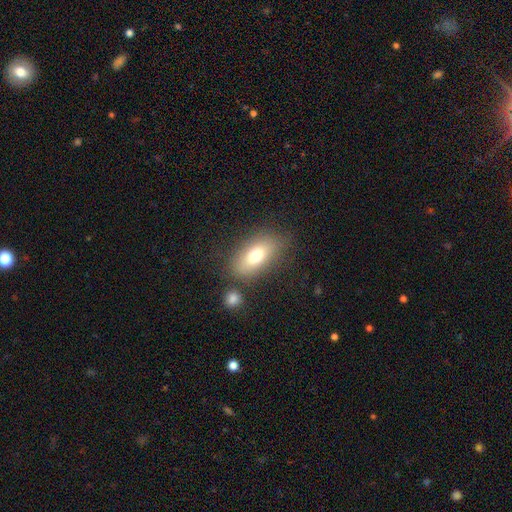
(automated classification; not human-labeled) A smooth galaxy with no disk features (73%) that is in between round and cigar-shaped (86%). Merging: none (74%).